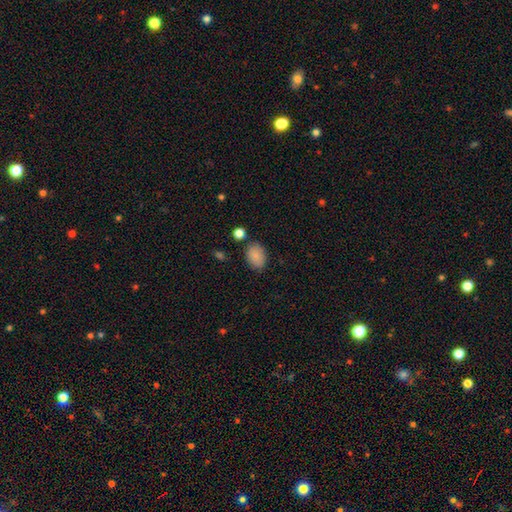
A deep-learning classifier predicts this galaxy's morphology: smooth 86%, star or artifact 8%, featured or disk 6%. Down the decision tree: how rounded — in between (81%); merging — none (81%).